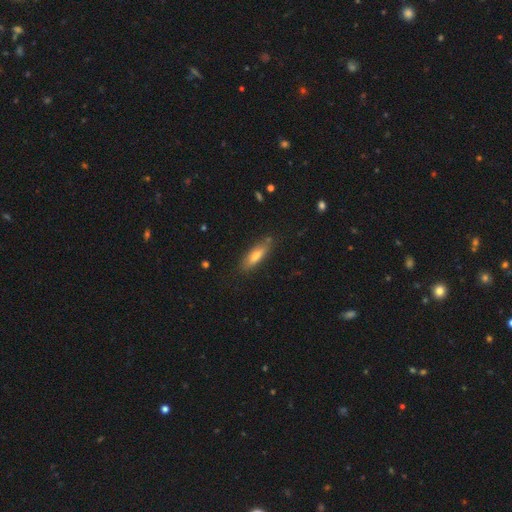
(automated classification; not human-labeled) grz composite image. It shows a smooth galaxy with no disk features (61%) that is cigar-shaped (61%). Merging: none (79%).